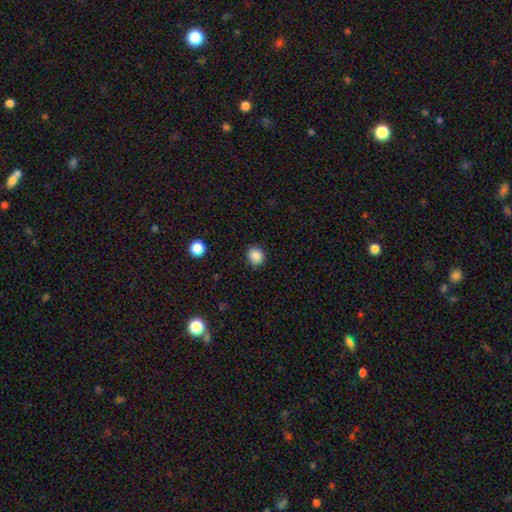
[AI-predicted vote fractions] smooth 87%, star or artifact 10%, featured or disk 3%. Down the decision tree: how rounded — round (73%); merging — none (87%).